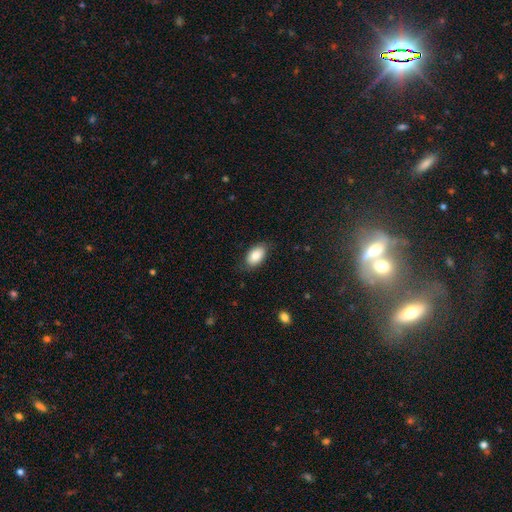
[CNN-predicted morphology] This appears to be a smooth galaxy with no disk features (84%) that is in between round and cigar-shaped (93%). Merging: none (78%).